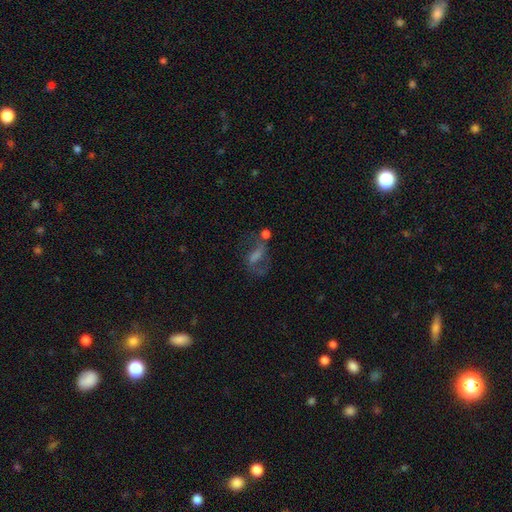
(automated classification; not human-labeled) Q: Smooth or featured?
A: featured or disk (51%); runner-up: smooth (28%)
Q: Edge-on disk?
A: no (92%); runner-up: yes (8%)
Q: Merging?
A: none (42%); runner-up: major disturbance (28%)